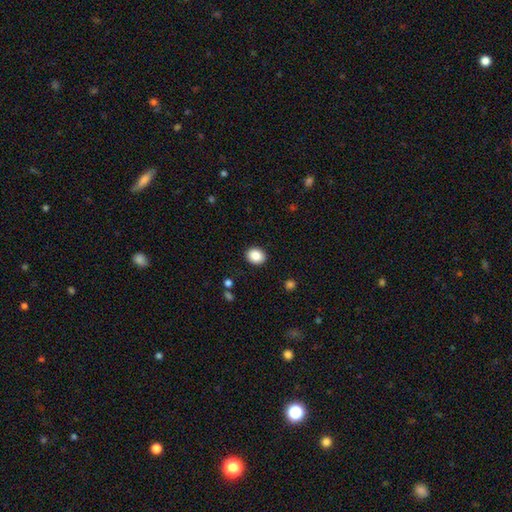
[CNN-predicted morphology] A smooth galaxy with no disk features (87%) that is round (56%).

Vote fractions:
- Smooth or featured? smooth: 87% / star or artifact: 8% / featured or disk: 4%
- How rounded? round: 56% / in between: 43% / cigar-shaped: 1%
- Merging? none: 90% / minor disturbance: 7% / major disturbance: 2% / merger: 1%